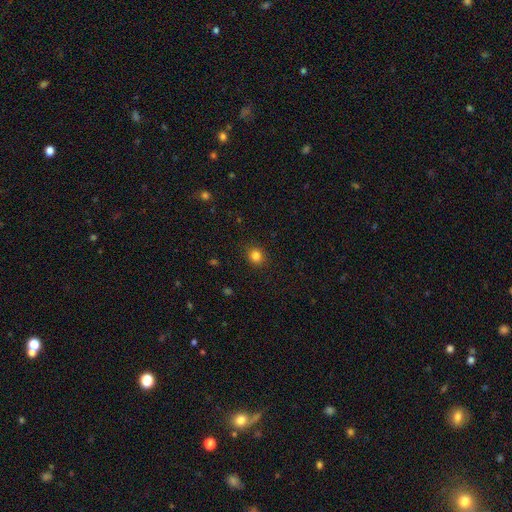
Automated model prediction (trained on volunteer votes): smooth_or_featured: smooth (p=0.83) [alt: star or artifact p=0.12]
how_rounded: round (p=0.78) [alt: in between p=0.21]
merging: none (p=0.89) [alt: minor disturbance p=0.07]